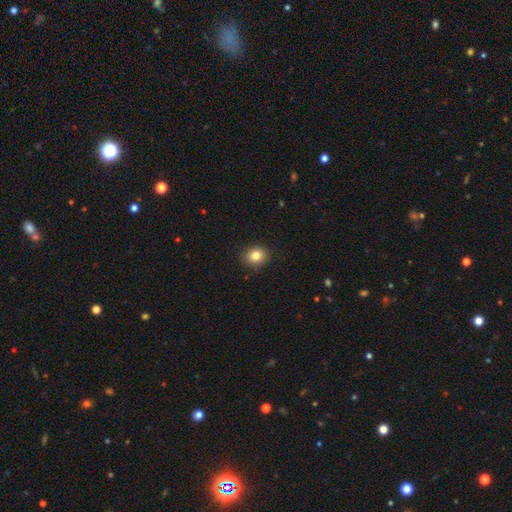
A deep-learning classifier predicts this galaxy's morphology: Smooth or featured? smooth (82%)
How rounded? round (76%)
Merging? none (88%)